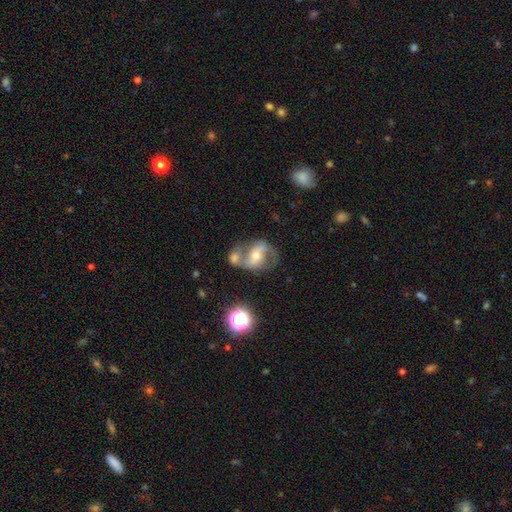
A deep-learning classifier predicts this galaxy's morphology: The model was most divided on "bar": weak: 36%, no: 32%, strong: 32%. Remaining: edge-on disk — no (96%); spiral arm count — 2 (86%); spiral arms — yes (84%); smooth or featured — featured or disk (72%); bulge size — moderate (61%); spiral winding — medium (46%); merging — none (41%).